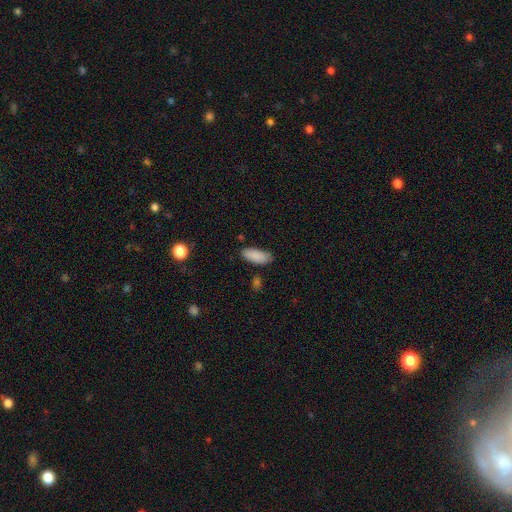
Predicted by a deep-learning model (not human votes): Smooth or featured: smooth — 89% (star or artifact — 7%)
How rounded: in between — 82% (cigar-shaped — 16%)
Merging: none — 78% (minor disturbance — 16%)